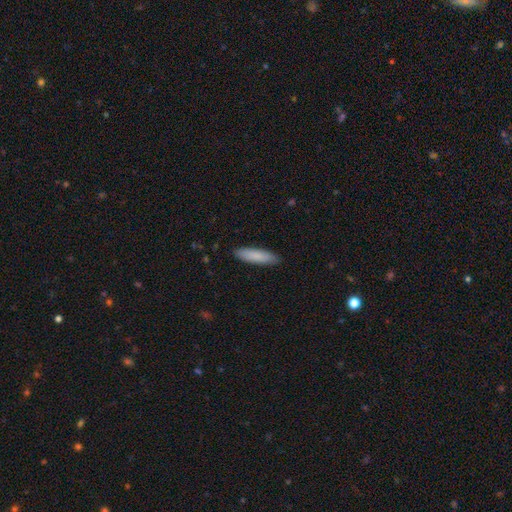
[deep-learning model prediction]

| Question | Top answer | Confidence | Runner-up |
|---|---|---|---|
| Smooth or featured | smooth | 86% | featured or disk (9%) |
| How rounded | cigar-shaped | 73% | in between (25%) |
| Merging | none | 89% | minor disturbance (8%) |